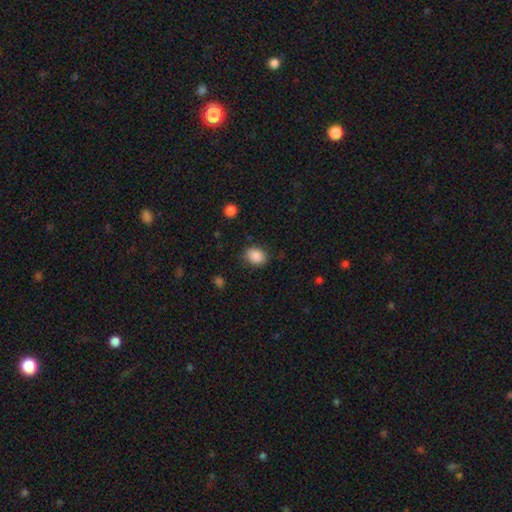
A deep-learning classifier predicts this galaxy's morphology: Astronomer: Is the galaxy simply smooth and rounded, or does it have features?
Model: smooth — 88%.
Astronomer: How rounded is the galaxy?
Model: in between — 53% (runner-up: round, 46%).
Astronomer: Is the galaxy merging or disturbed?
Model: none — 81%.